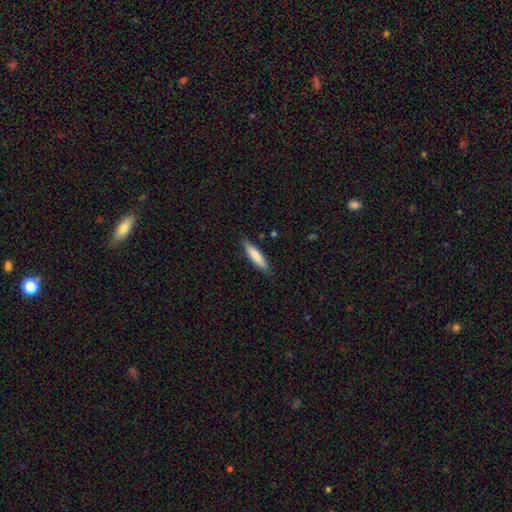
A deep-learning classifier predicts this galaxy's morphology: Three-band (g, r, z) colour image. It shows a smooth galaxy with no disk features (80%) that is cigar-shaped (76%). Merging: none (84%).